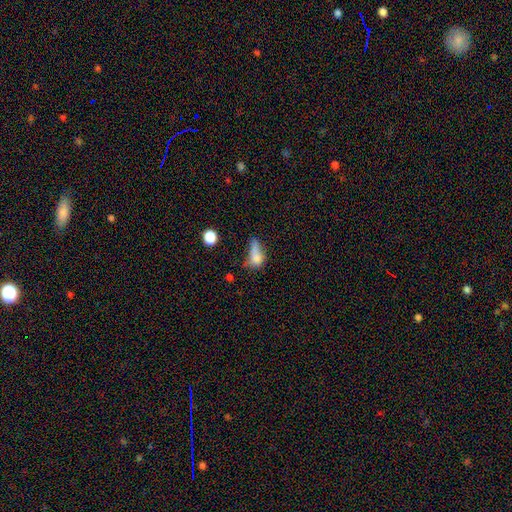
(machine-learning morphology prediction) smooth 67%, featured or disk 20%, star or artifact 13%. Down the decision tree: how rounded — in between (70%); merging — major disturbance (35%).